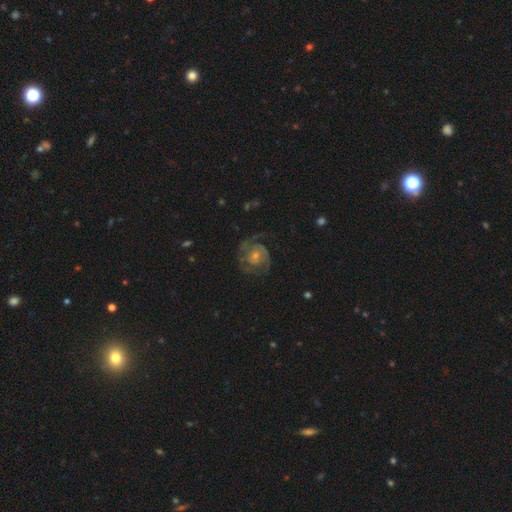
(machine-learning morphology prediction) A featured or disk galaxy (84%) with no bar (70%), 2 (54%) tight (47%) spiral arms (95%) and a small central bulge (50%).

Vote fractions:
- Smooth or featured? featured or disk: 84% / smooth: 10% / star or artifact: 6%
- Edge-on disk? no: 98% / yes: 2%
- Bar? no: 70% / weak: 25% / strong: 5%
- Spiral arms? yes: 95% / no: 5%
- Spiral winding? tight: 47% / medium: 42% / loose: 12%
- Spiral arm count? 2: 54% / 3: 17% / can't tell: 15% / 1: 5% / 4: 4% / more than 4: 4%
- Bulge size? small: 50% / moderate: 43% / large: 3% / none: 2% / dominant: 1%
- Merging? none: 68% / minor disturbance: 17% / major disturbance: 13% / merger: 1%